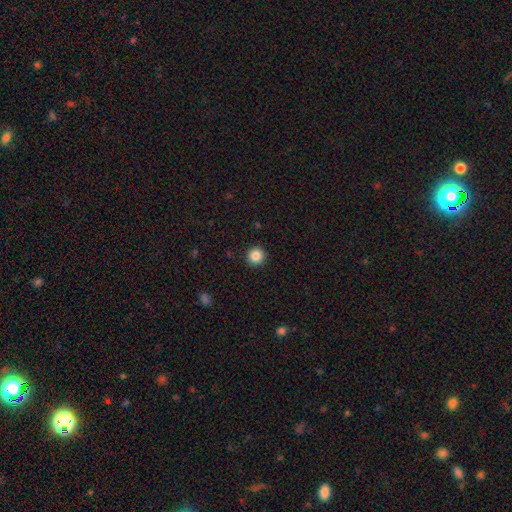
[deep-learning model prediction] Q: Smooth or featured?
A: smooth (86%); runner-up: star or artifact (10%)
Q: How rounded?
A: round (95%); runner-up: in between (4%)
Q: Merging?
A: none (93%); runner-up: minor disturbance (5%)